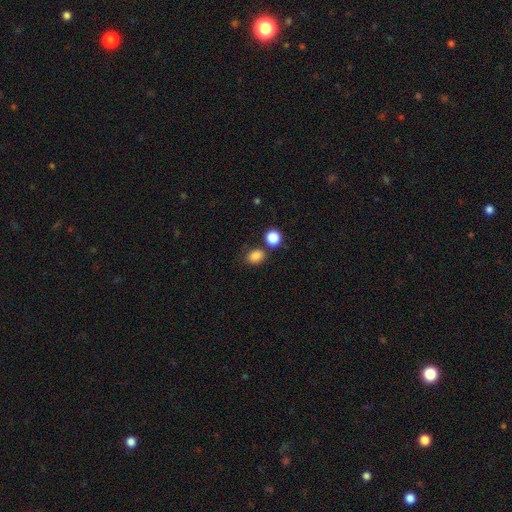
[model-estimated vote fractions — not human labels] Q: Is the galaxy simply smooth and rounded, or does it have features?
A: smooth — 84%.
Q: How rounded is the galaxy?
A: in between — 54%.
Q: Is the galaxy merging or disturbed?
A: none — 68%.